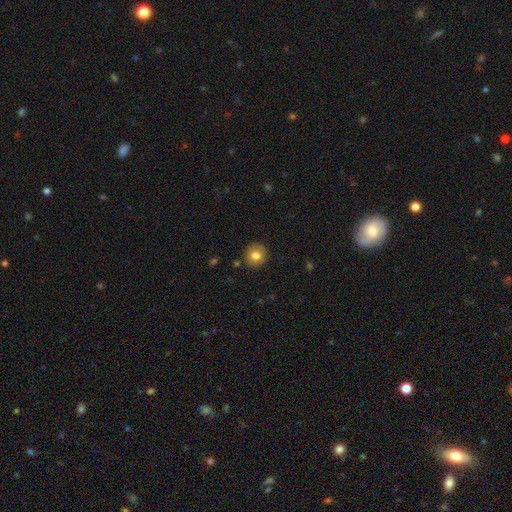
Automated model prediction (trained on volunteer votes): smooth_or_featured: smooth (p=0.79) [alt: featured or disk p=0.12]
how_rounded: round (p=0.90) [alt: in between p=0.09]
merging: none (p=0.89) [alt: minor disturbance p=0.08]